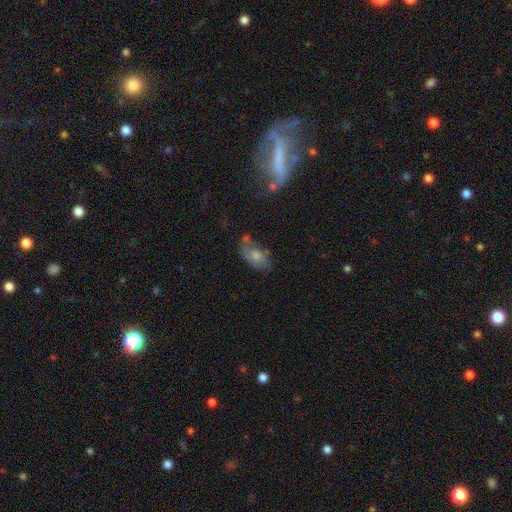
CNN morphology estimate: Overall: smooth (58%; featured or disk 32%). How rounded: in between (90%). Merging: none (43%; minor disturbance 28%).